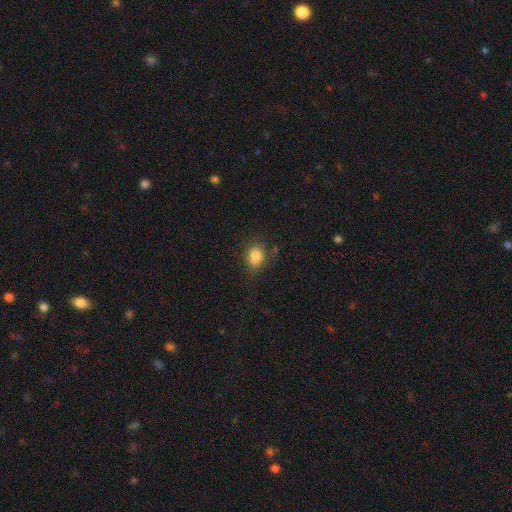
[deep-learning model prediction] Smooth or featured? smooth (82%)
How rounded? in between (59%)
Merging? none (73%)